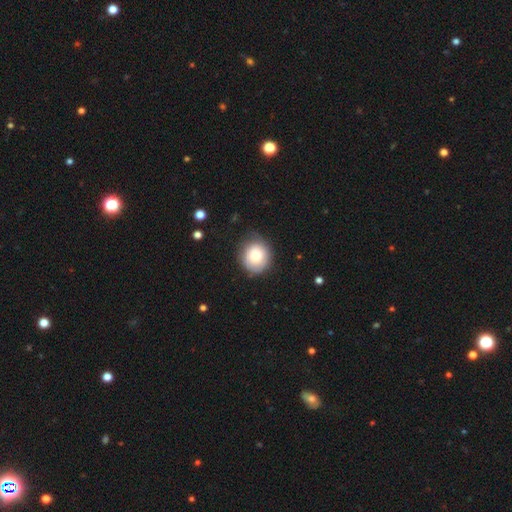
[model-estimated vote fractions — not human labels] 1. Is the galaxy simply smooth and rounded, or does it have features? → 76% smooth, 16% featured or disk, 8% star or artifact.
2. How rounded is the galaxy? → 83% round, 16% in between, 1% cigar-shaped.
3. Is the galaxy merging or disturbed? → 72% none, 21% minor disturbance, 5% major disturbance, 1% merger.